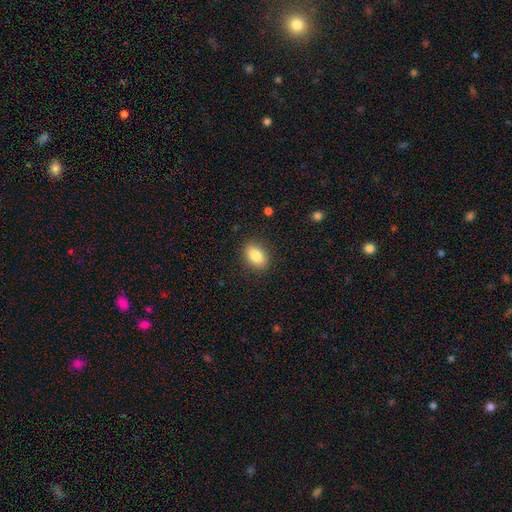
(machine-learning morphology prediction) Smooth or featured? Predicted: smooth (p=0.85). How rounded? Predicted: in between (p=0.83). Merging? Predicted: none (p=0.87).